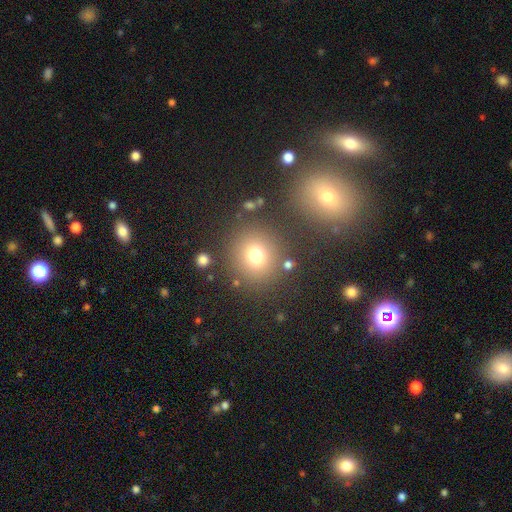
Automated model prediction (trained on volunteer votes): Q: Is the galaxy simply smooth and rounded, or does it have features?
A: smooth — 73%.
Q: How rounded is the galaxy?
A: round — 86%.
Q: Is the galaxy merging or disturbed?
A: none — 80%.